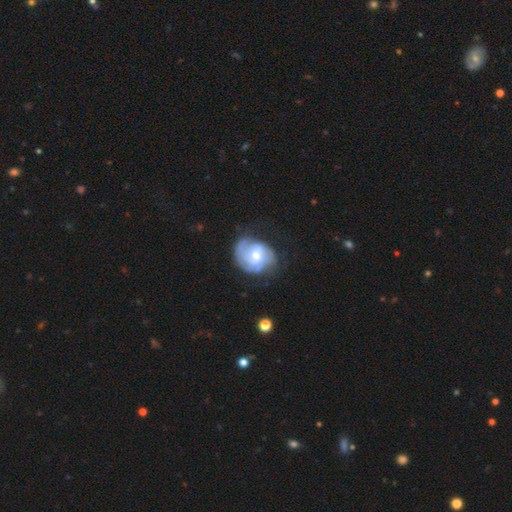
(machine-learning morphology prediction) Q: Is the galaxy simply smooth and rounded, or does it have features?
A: featured or disk — 73%.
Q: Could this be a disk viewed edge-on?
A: no — 97%.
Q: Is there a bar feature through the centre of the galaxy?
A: no — 55%.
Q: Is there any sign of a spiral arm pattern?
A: yes — 88%.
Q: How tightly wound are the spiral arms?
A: tight — 56%.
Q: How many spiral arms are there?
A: can't tell — 38%.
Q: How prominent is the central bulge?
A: moderate — 57%.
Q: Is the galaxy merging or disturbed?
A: none — 57%.